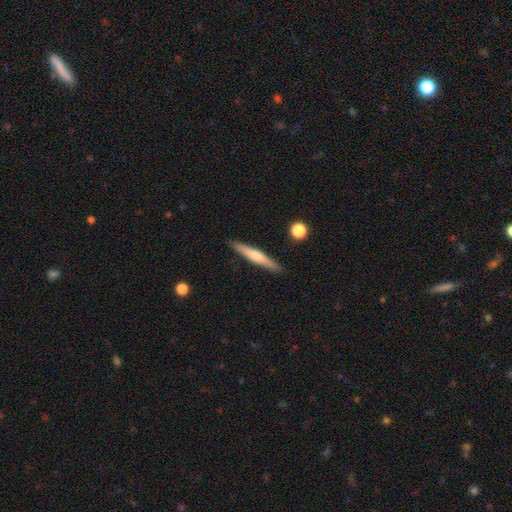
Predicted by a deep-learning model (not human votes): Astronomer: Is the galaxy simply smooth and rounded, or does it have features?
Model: smooth — 49% (runner-up: featured or disk, 45%).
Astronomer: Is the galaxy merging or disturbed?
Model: none — 90%.